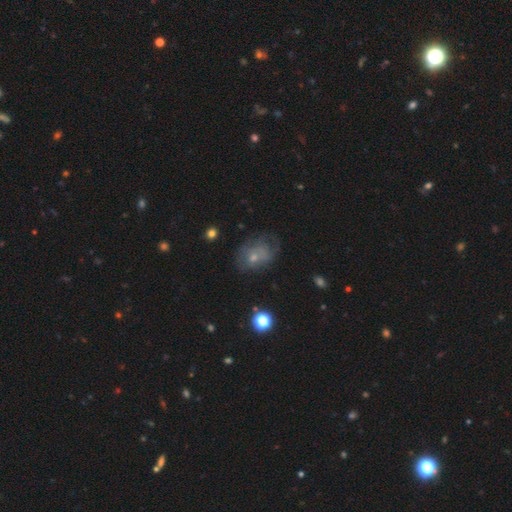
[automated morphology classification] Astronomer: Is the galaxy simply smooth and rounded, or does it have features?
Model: featured or disk — 44% (runner-up: smooth, 42%).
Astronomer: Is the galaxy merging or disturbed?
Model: none — 42% (runner-up: minor disturbance, 27%).